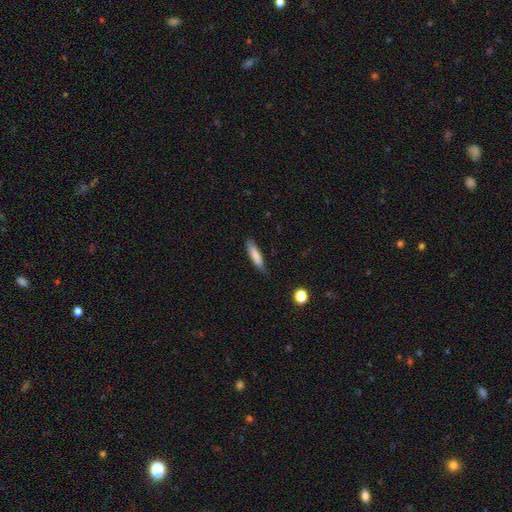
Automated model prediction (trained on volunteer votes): The model was most divided on "merging": none: 74%, minor disturbance: 21%, major disturbance: 4%, merger: 2%. More confident: how rounded — cigar-shaped (80%); smooth or featured — smooth (80%).